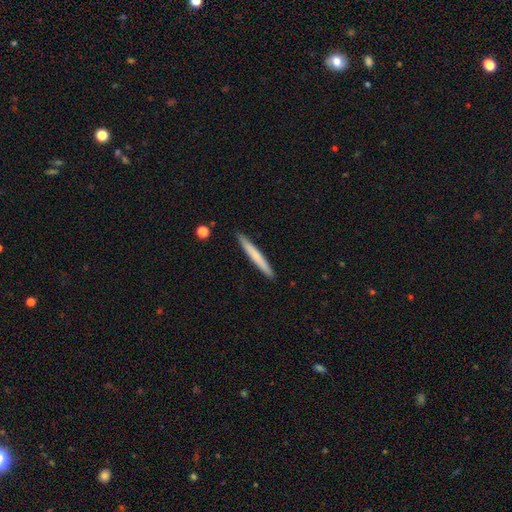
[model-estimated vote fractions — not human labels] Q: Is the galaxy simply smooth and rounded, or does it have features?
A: smooth — 67%.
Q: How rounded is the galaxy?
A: cigar-shaped — 97%.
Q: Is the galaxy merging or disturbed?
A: none — 92%.